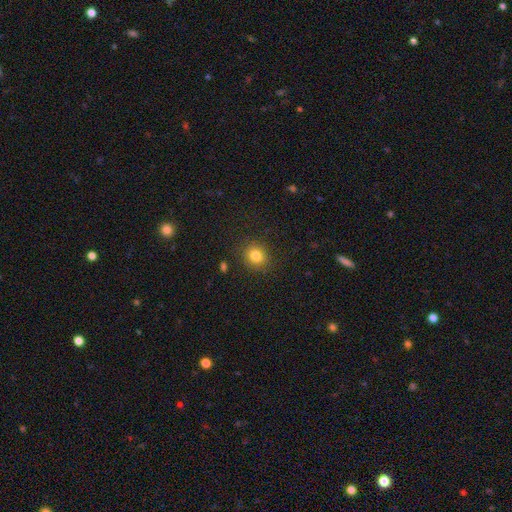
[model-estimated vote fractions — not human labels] smooth-or-featured: smooth: 82% | star or artifact: 12% | featured or disk: 6%
  how-rounded: round: 78% | in between: 21% | cigar-shaped: 1%
  merging: none: 87% | minor disturbance: 9% | major disturbance: 3% | merger: 1%